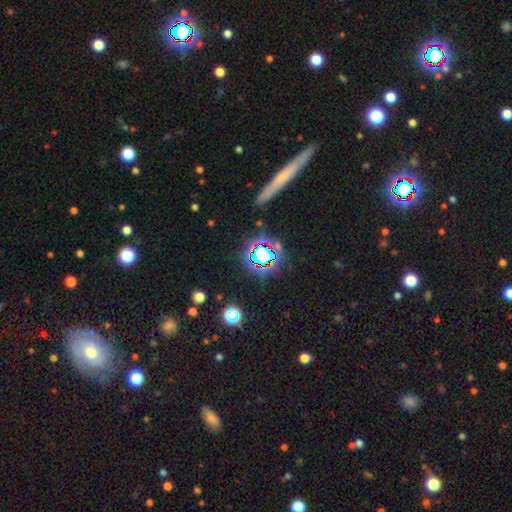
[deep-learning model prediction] The model was most divided on "smooth or featured": star or artifact: 60%, smooth: 26%, featured or disk: 14%.